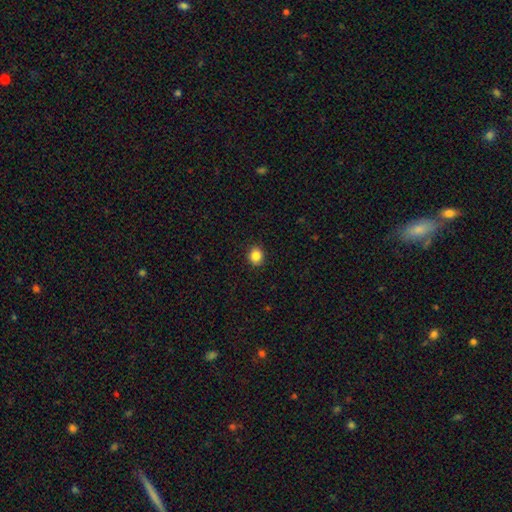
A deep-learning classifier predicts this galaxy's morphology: smooth-or-featured: smooth: 86% | star or artifact: 10% | featured or disk: 4%
  how-rounded: round: 74% | in between: 25% | cigar-shaped: 1%
  merging: none: 91% | minor disturbance: 6% | major disturbance: 2% | merger: 1%